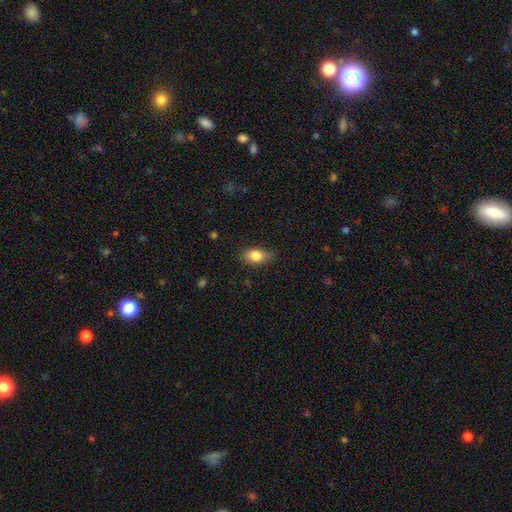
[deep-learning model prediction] Q: Smooth or featured?
A: smooth (82%); runner-up: featured or disk (10%)
Q: How rounded?
A: in between (84%); runner-up: round (12%)
Q: Merging?
A: none (77%); runner-up: minor disturbance (18%)